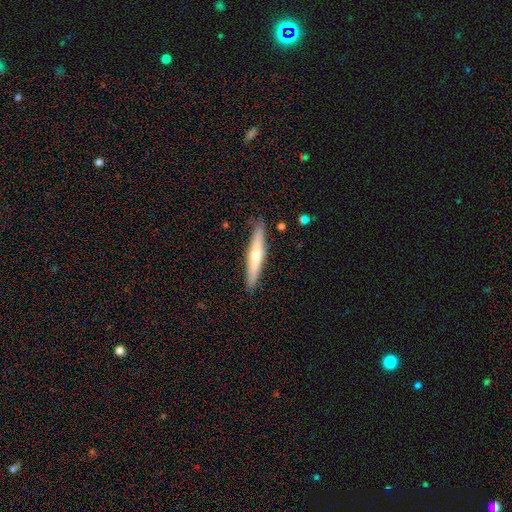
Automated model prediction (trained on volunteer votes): smooth_or_featured: smooth (p=0.50) [alt: featured or disk p=0.44]
how_rounded: cigar-shaped (p=0.91) [alt: in between p=0.07]
merging: none (p=0.88) [alt: minor disturbance p=0.09]